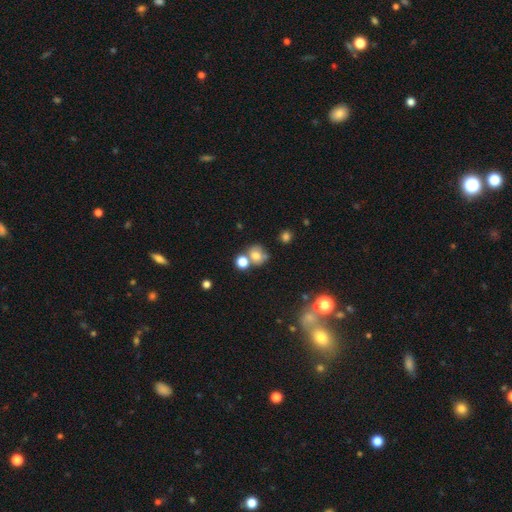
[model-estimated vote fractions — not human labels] A smooth galaxy with no disk features (70%) that is round (74%). Merging: none (48%).